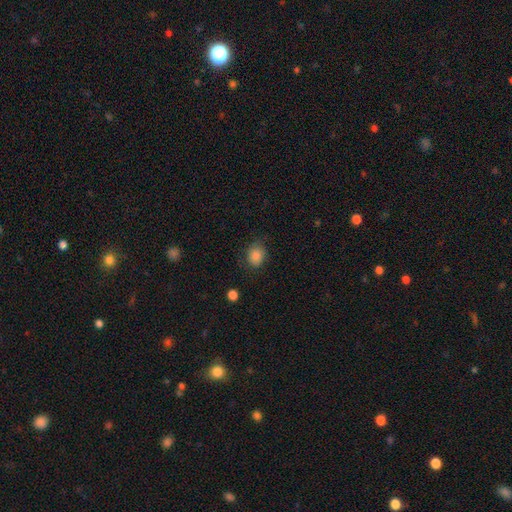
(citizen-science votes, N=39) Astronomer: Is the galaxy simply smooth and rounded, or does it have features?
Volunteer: smooth — 90%.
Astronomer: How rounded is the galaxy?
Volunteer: round — 57% (runner-up: in between, 43%).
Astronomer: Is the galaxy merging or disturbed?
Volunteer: none — 74%.